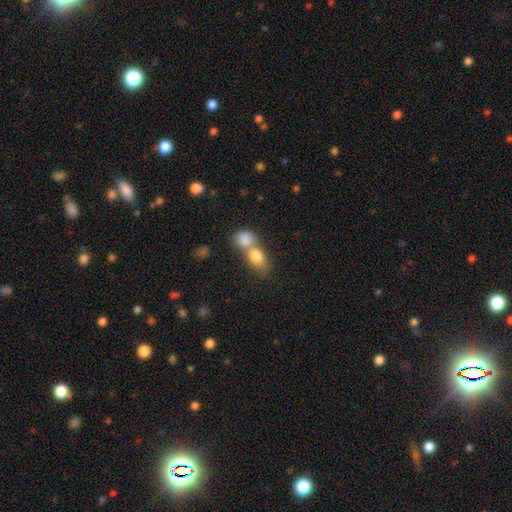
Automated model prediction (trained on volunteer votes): Overall: smooth (80%). How rounded: in between (67%; round 30%). Merging: merger (66%).